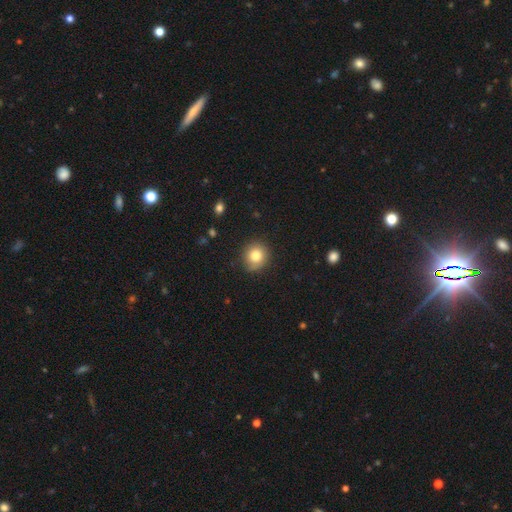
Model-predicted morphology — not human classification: type=smooth (82%); roundness=round (85%); merging=none (86%).